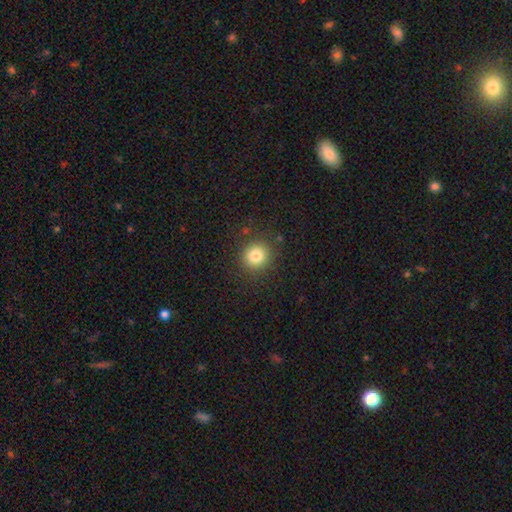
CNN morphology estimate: Smooth or featured? smooth (81%)
How rounded? round (89%)
Merging? none (88%)